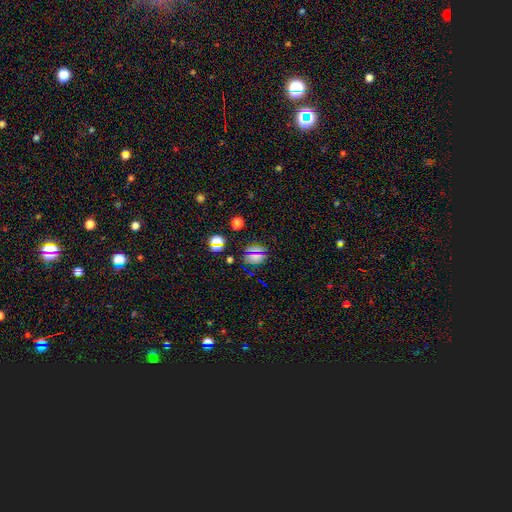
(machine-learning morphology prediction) A smooth galaxy with no disk features (56%) that is round (51%).

Vote fractions:
- Smooth or featured? smooth: 56% / star or artifact: 34% / featured or disk: 9%
- How rounded? round: 51% / in between: 46% / cigar-shaped: 3%
- Merging? none: 79% / minor disturbance: 13% / major disturbance: 5% / merger: 3%